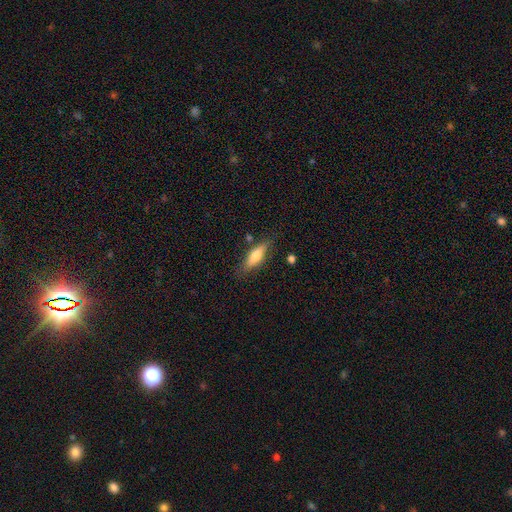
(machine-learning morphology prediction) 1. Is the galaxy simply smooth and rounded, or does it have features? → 60% smooth, 33% featured or disk, 6% star or artifact.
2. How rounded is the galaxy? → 53% cigar-shaped, 44% in between, 2% round.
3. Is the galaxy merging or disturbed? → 78% none, 15% minor disturbance, 4% major disturbance, 4% merger.